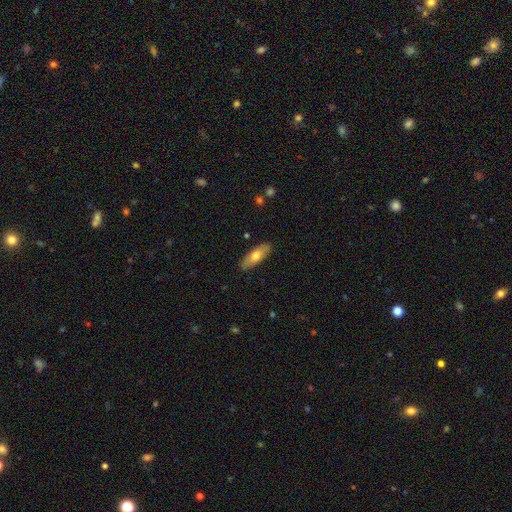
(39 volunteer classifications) smooth_or_featured: featured or disk (p=0.46) [alt: smooth p=0.44]
disk_edge_on: yes (p=0.56) [alt: no p=0.44]
edge_on_bulge: rounded (p=0.90) [alt: none p=0.10]
merging: none (p=0.86) [alt: minor disturbance p=0.11]